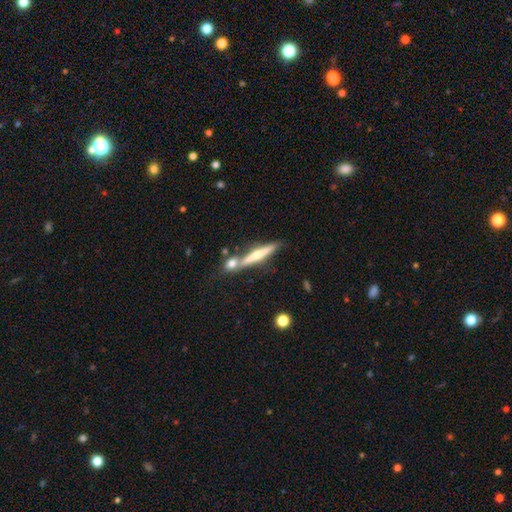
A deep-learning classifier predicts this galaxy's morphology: Smooth or featured: featured or disk — 62% (smooth — 31%)
Edge-on disk: yes — 96% (no — 4%)
Edge-on bulge: rounded — 72% (none — 19%)
Merging: none — 68% (merger — 18%)